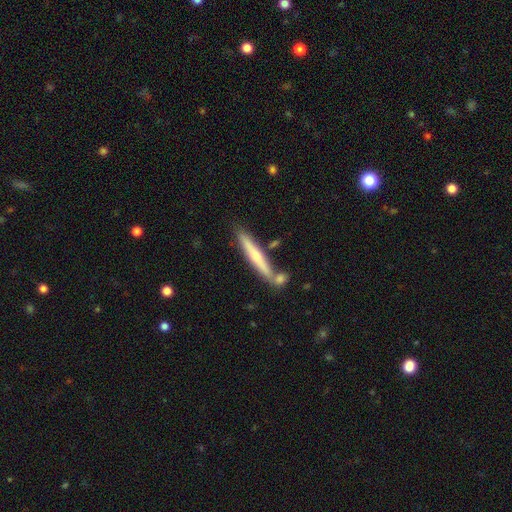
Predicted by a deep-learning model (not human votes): This appears to be a smooth galaxy with no disk features (48%). Merging: none (73%).